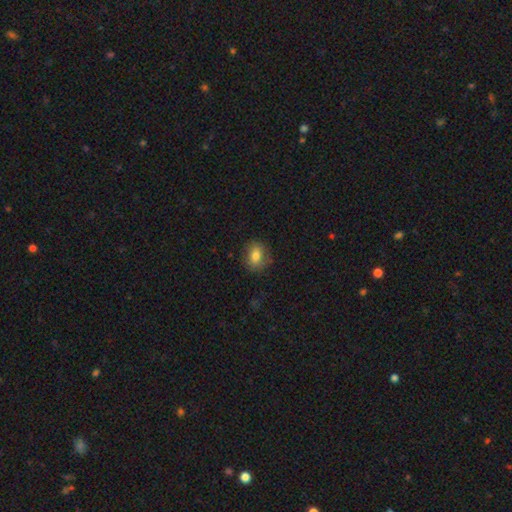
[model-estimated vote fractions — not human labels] Smooth or featured? smooth (80%)
How rounded? in between (53%)
Merging? none (80%)